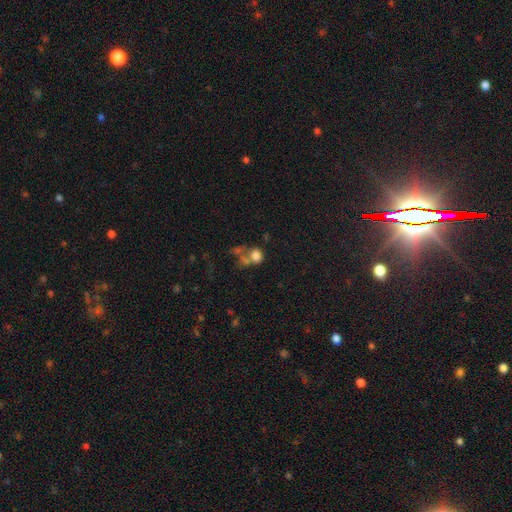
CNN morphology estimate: Smooth or featured: smooth — 73% (star or artifact — 14%)
How rounded: round — 52% (in between — 47%)
Merging: merger — 44% (none — 32%)